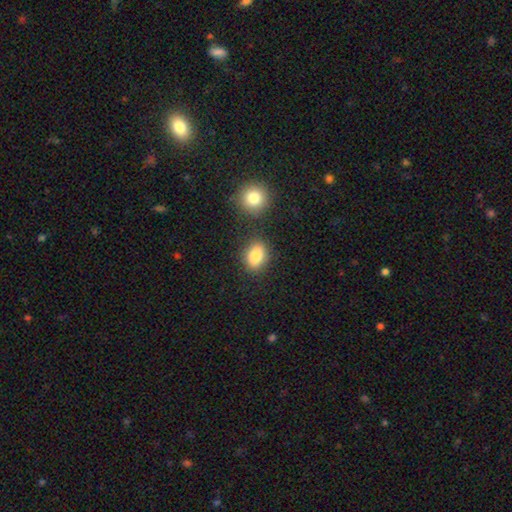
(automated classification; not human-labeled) smooth-or-featured: smooth: 84% | star or artifact: 9% | featured or disk: 7%
  how-rounded: in between: 73% | round: 25% | cigar-shaped: 2%
  merging: none: 78% | minor disturbance: 11% | merger: 8% | major disturbance: 3%